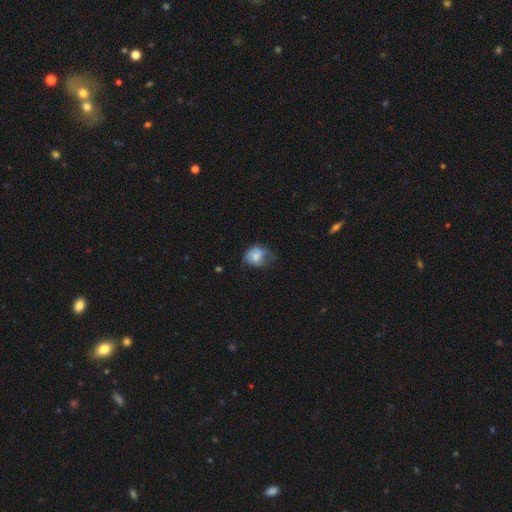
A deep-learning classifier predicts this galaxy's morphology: smooth_or_featured: smooth (p=0.74) [alt: featured or disk p=0.17]
how_rounded: in between (p=0.53) [alt: round p=0.46]
merging: minor disturbance (p=0.39) [alt: none p=0.32]